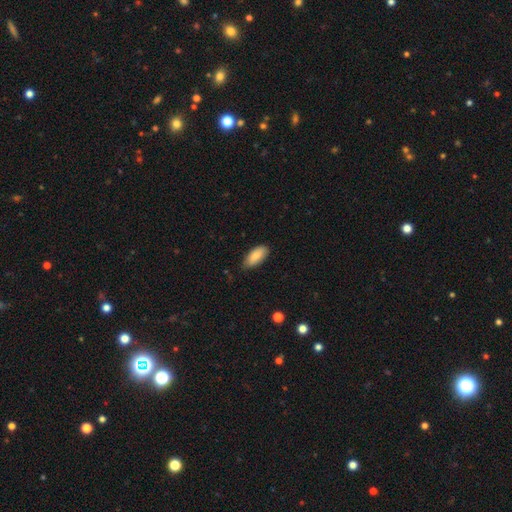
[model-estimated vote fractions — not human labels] Smooth or featured?
  - smooth: 85% *
  - featured or disk: 9%
  - star or artifact: 6%
How rounded?
  - in between: 88% *
  - cigar-shaped: 11%
  - round: 2%
Merging?
  - none: 79% *
  - minor disturbance: 17%
  - major disturbance: 2%
  - merger: 1%